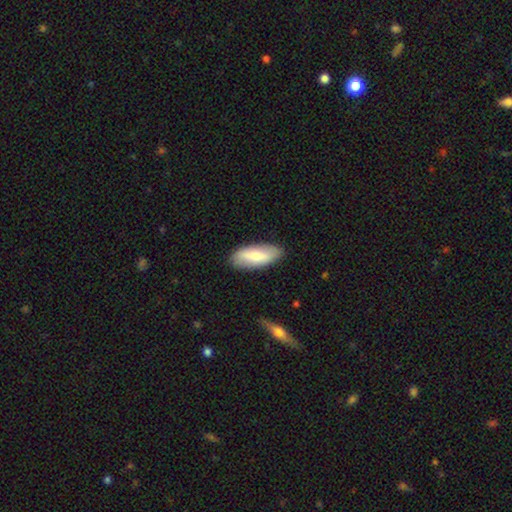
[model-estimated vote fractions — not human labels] Morphology: type=smooth (65%); roundness=in between (82%); merging=none (86%).